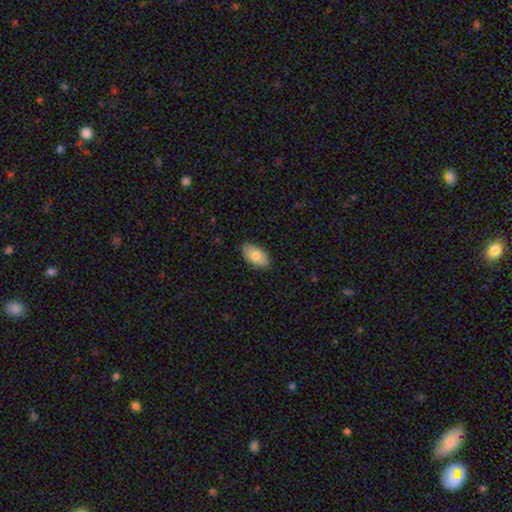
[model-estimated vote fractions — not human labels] Smooth or featured? Predicted: smooth (p=0.76). How rounded? Predicted: in between (p=0.94). Merging? Predicted: none (p=0.85).